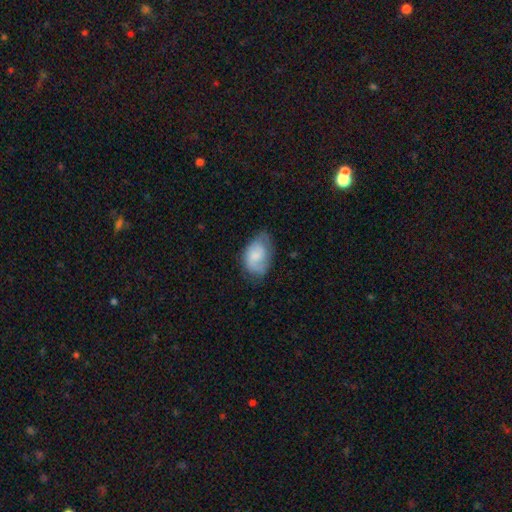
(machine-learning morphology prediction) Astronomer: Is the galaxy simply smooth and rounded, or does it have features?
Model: smooth — 64%.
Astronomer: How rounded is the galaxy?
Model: in between — 89%.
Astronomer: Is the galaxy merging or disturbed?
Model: none — 53% (runner-up: minor disturbance, 33%).